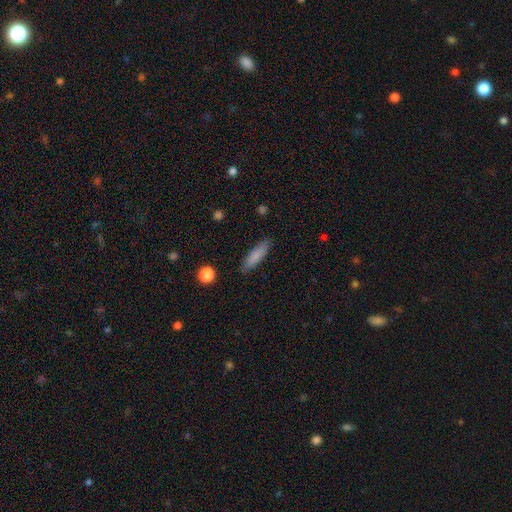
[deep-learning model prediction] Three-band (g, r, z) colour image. It shows a smooth galaxy with no disk features (83%) that is cigar-shaped (68%). Merging: none (87%).